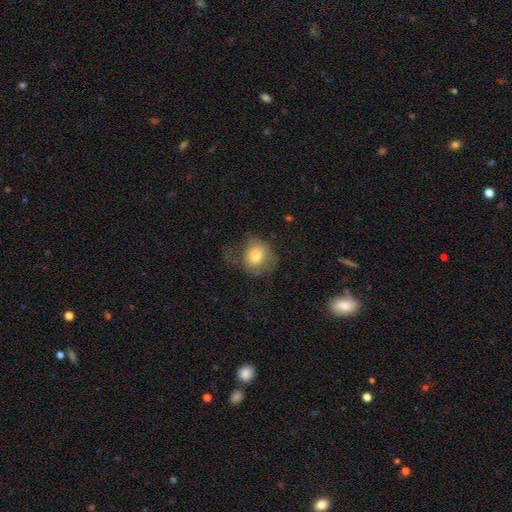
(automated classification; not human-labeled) Q: Smooth or featured?
A: smooth (70%); runner-up: featured or disk (21%)
Q: How rounded?
A: round (71%); runner-up: in between (28%)
Q: Merging?
A: none (45%); runner-up: major disturbance (28%)